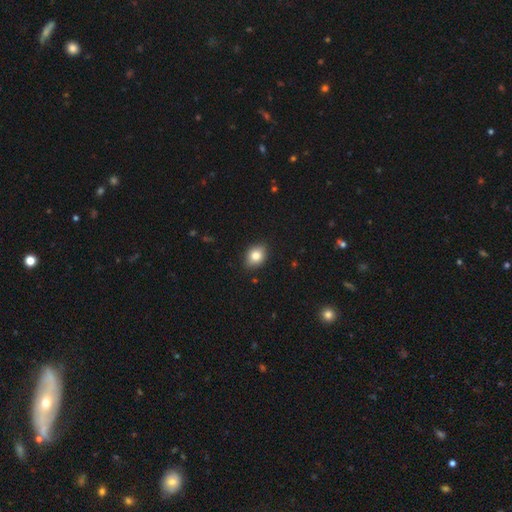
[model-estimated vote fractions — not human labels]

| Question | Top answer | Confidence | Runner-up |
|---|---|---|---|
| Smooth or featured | smooth | 81% | featured or disk (10%) |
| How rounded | in between | 60% | round (39%) |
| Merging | none | 85% | minor disturbance (12%) |